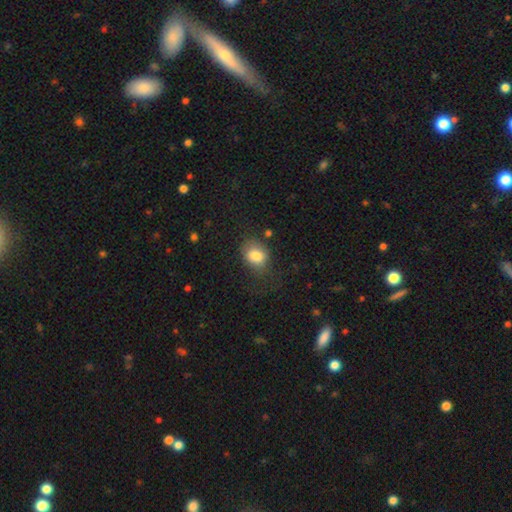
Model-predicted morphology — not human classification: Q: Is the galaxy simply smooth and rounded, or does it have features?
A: smooth — 82%.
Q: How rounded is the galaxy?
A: in between — 53%.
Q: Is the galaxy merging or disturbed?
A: none — 59%.